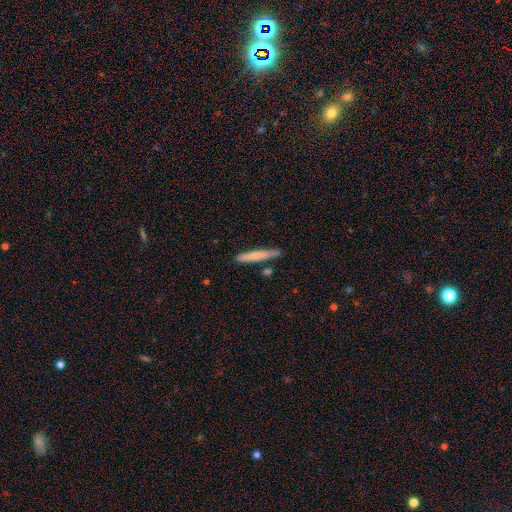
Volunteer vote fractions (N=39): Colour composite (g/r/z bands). It shows a smooth galaxy with no disk features (77%) that is cigar-shaped (93%). Merging: none (78%).